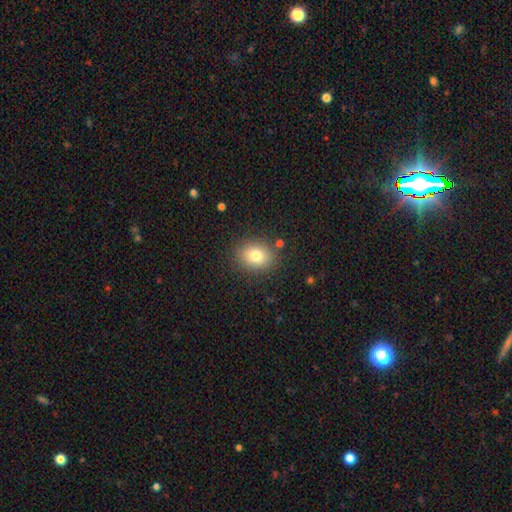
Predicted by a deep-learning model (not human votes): This is likely a smooth galaxy (78%). How rounded: possibly in between (55%). Merging: clearly none (85%).